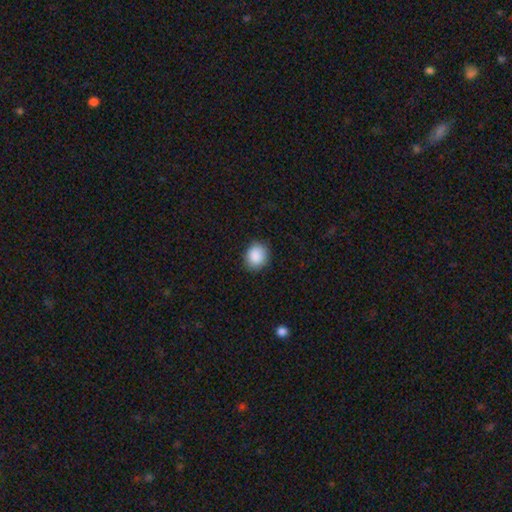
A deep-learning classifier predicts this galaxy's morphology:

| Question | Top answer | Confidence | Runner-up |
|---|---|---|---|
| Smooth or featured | smooth | 89% | star or artifact (8%) |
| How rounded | round | 75% | in between (24%) |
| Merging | none | 86% | minor disturbance (10%) |